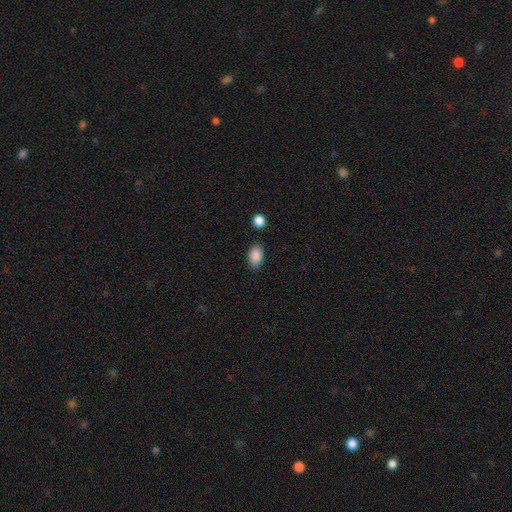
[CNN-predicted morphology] This is clearly a smooth galaxy (89%). How rounded: clearly in between (90%). Merging: clearly none (83%).